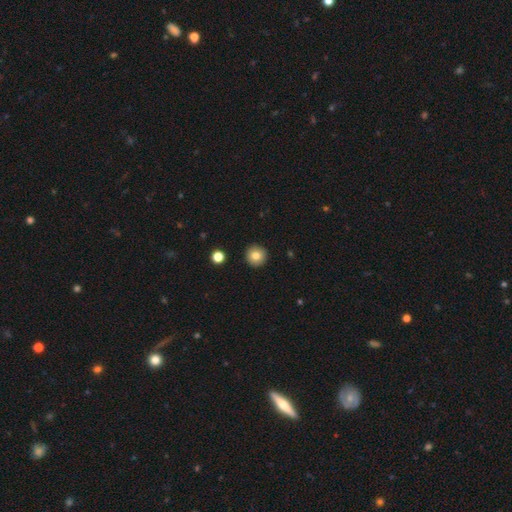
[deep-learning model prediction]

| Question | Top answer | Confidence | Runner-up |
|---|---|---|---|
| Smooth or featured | smooth | 81% | star or artifact (9%) |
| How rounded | round | 96% | in between (3%) |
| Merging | none | 93% | minor disturbance (4%) |